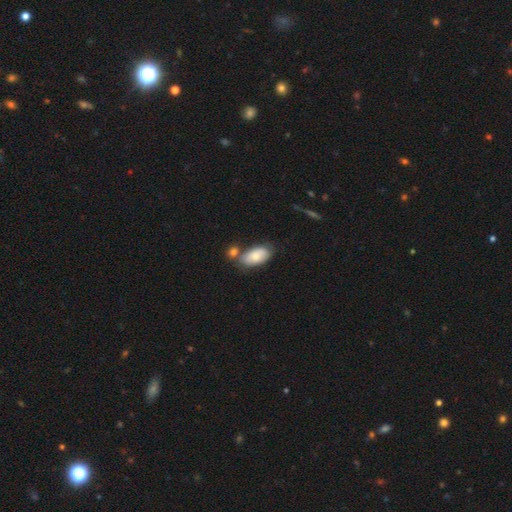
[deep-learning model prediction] smooth 78%, featured or disk 16%, star or artifact 6%. Down the decision tree: how rounded — in between (94%); merging — none (56%).